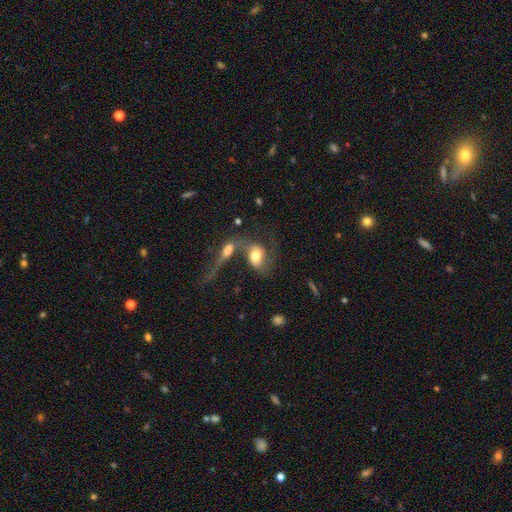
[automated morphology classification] type=featured or disk (48%); merging=merger (55%).